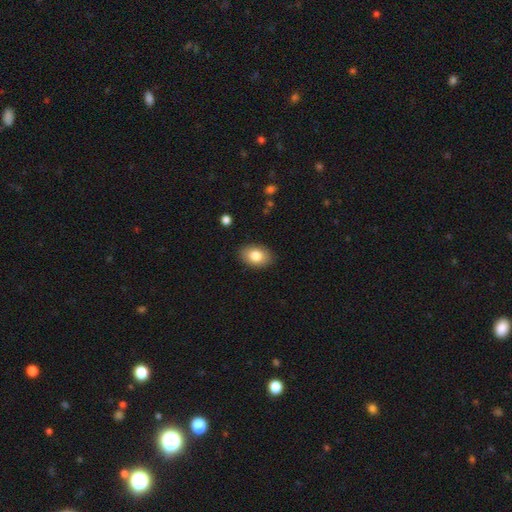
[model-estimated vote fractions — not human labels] Smooth or featured? smooth (82%)
How rounded? in between (86%)
Merging? none (87%)